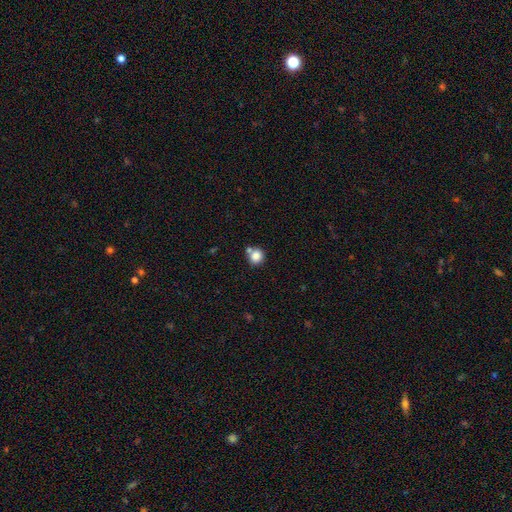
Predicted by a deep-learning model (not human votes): Smooth or featured: smooth — 84% (star or artifact — 10%)
How rounded: round — 86% (in between — 13%)
Merging: none — 63% (merger — 23%)